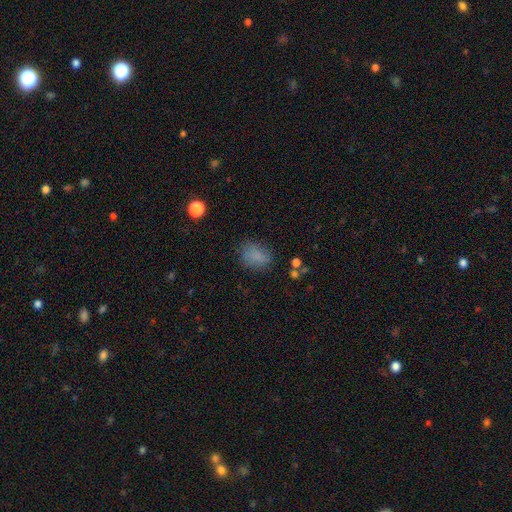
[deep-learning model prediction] The model was most divided on "how rounded": in between: 70%, round: 28%, cigar-shaped: 2%. More confident: smooth or featured — smooth (79%); merging — none (69%).